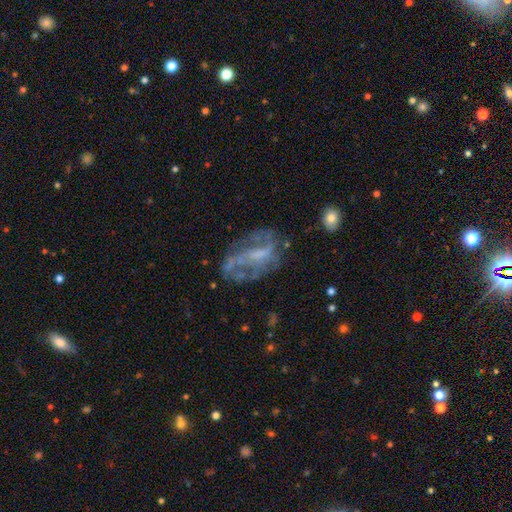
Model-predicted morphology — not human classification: Overall: featured or disk (68%). Edge-on disk: no (94%). Bar: no (41%; weak 40%). Spiral arms: yes (56%; no 44%). Bulge size: none (36%; small 35%). Merging: none (52%; major disturbance 23%).